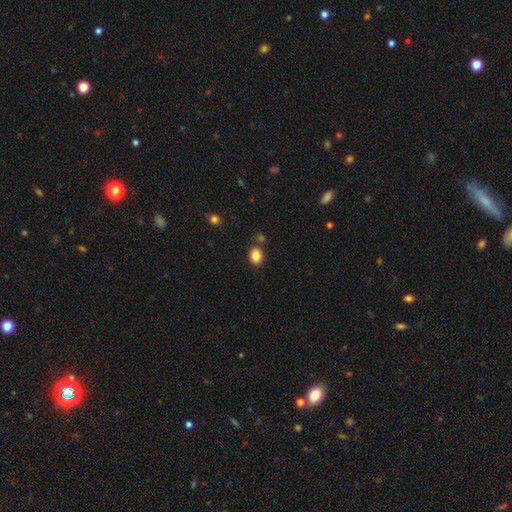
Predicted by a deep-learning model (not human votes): The model was most divided on "how rounded": in between: 75%, round: 24%, cigar-shaped: 1%. More confident: smooth or featured — smooth (85%); merging — none (78%).